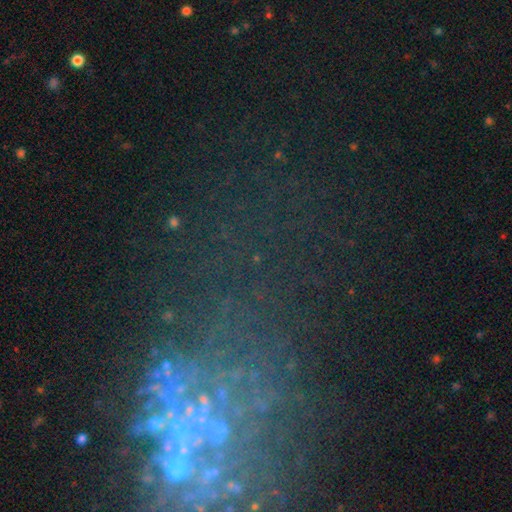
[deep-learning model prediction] Smooth or featured?
  - star or artifact: 56% *
  - featured or disk: 30%
  - smooth: 15%